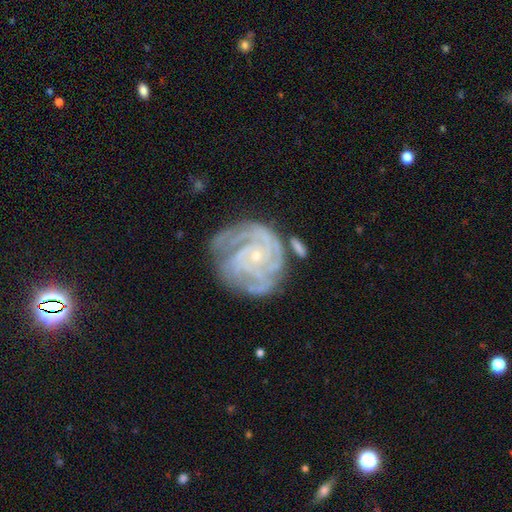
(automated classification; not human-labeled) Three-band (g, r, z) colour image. It shows a featured or disk galaxy (87%) with no bar (76%), 3 (29%) tight (75%) spiral arms (96%) and a small central bulge (83%). Merging: none (60%).